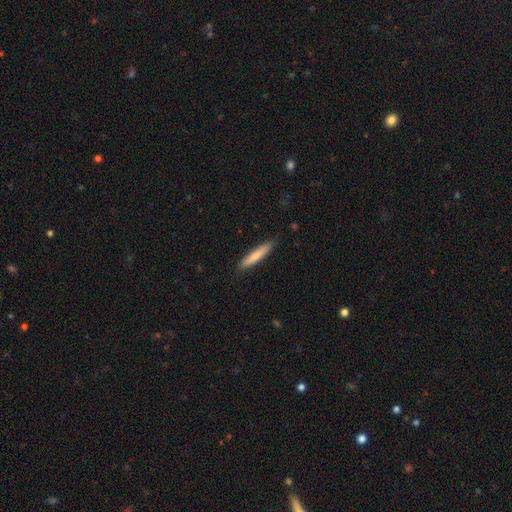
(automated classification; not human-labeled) smooth-or-featured: smooth: 78% | featured or disk: 17% | star or artifact: 5%
  how-rounded: cigar-shaped: 91% | in between: 8% | round: 1%
  merging: none: 88% | minor disturbance: 9% | major disturbance: 2% | merger: 1%